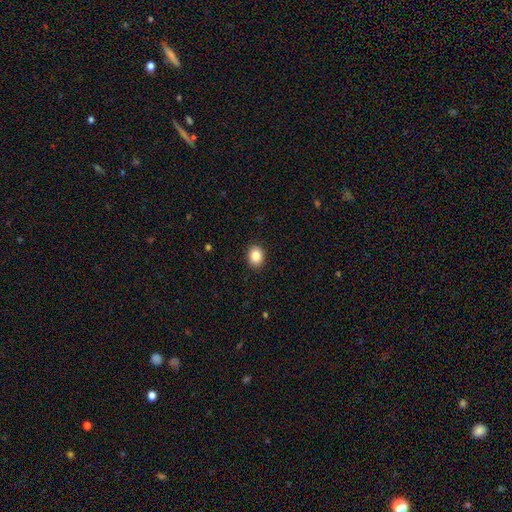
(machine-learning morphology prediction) Q: Smooth or featured?
A: smooth (86%); runner-up: star or artifact (9%)
Q: How rounded?
A: round (53%); runner-up: in between (46%)
Q: Merging?
A: none (91%); runner-up: minor disturbance (6%)